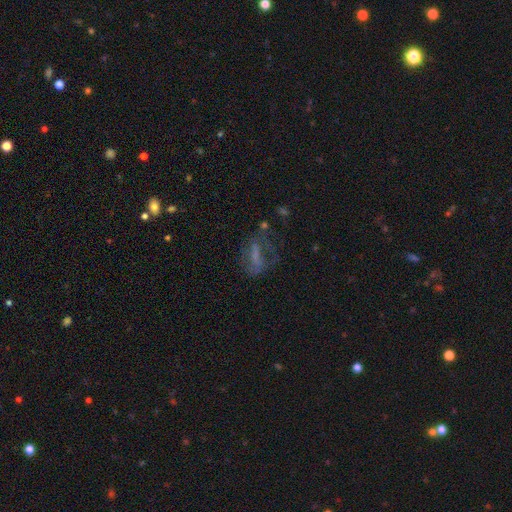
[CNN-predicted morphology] featured or disk 47%, smooth 35%, star or artifact 18%. Down the decision tree: merging — none (44%).